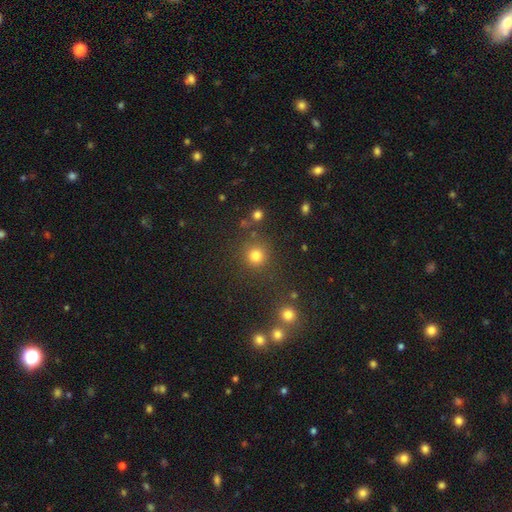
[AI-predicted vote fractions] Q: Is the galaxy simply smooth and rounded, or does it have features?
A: smooth — 79%.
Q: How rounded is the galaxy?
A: round — 93%.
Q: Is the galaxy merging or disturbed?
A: none — 81%.